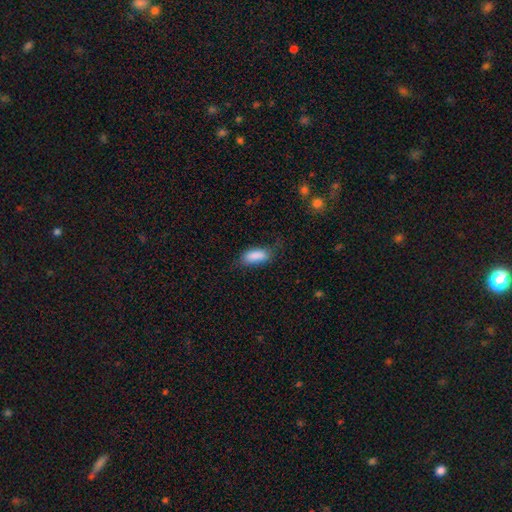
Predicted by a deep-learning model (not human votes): This appears to be a smooth galaxy with no disk features (84%) that is in between round and cigar-shaped (81%). Merging: none (54%).